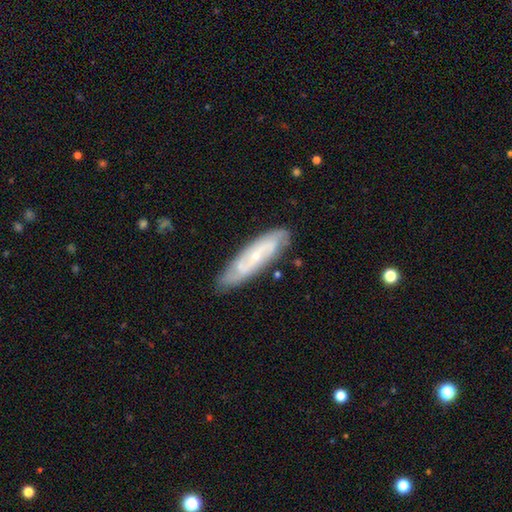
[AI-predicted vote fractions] smooth_or_featured: featured or disk (p=0.73) [alt: smooth p=0.21]
disk_edge_on: no (p=0.76) [alt: yes p=0.24]
bar: no (p=0.57) [alt: weak p=0.30]
has_spiral_arms: yes (p=0.87) [alt: no p=0.13]
bulge_size: small (p=0.74) [alt: moderate p=0.22]
merging: none (p=0.81) [alt: minor disturbance p=0.15]